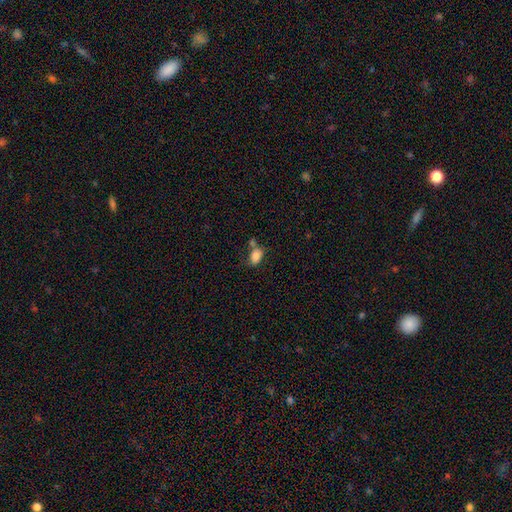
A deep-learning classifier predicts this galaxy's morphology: This appears to be a smooth galaxy with no disk features (82%) that is in between round and cigar-shaped (87%). Merging: none (52%).